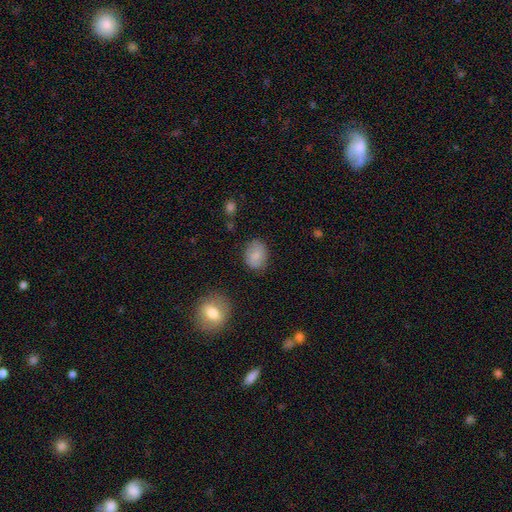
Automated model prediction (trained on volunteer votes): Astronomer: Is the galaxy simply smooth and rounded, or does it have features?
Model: smooth — 81%.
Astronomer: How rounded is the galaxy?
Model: in between — 63%.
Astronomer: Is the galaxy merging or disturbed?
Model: none — 80%.